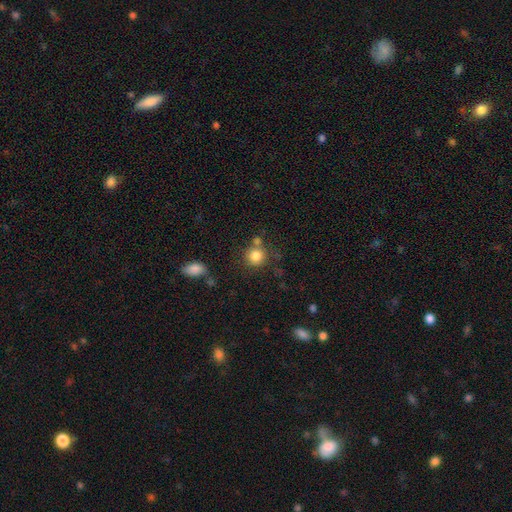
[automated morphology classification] The model was most divided on "merging": none: 70%, merger: 15%, minor disturbance: 11%, major disturbance: 4%. More confident: how rounded — round (90%); smooth or featured — smooth (84%).